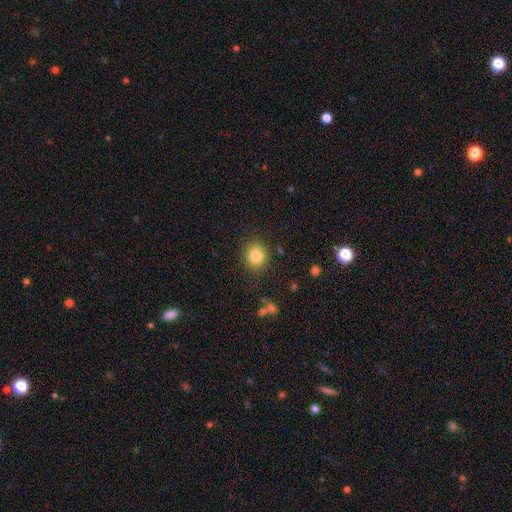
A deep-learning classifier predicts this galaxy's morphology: Smooth or featured?
  - smooth: 83% *
  - star or artifact: 11%
  - featured or disk: 7%
How rounded?
  - round: 83% *
  - in between: 16%
  - cigar-shaped: 1%
Merging?
  - none: 87% *
  - minor disturbance: 8%
  - major disturbance: 3%
  - merger: 2%